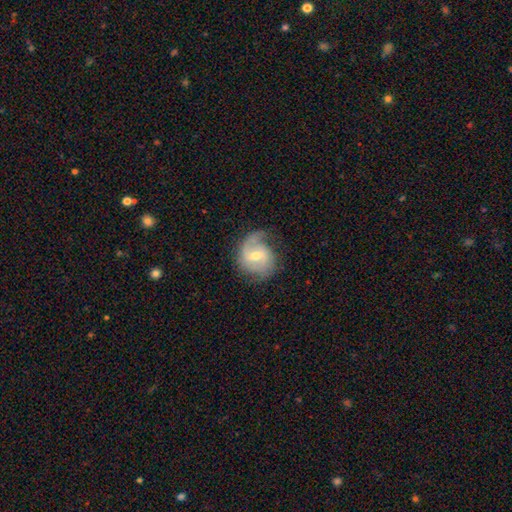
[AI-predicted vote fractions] Smooth or featured? Predicted: featured or disk (p=0.73). Edge-on disk? Predicted: no (p=0.97). Bar? Predicted: weak (p=0.51). Spiral arms? Predicted: yes (p=0.90). Spiral winding? Predicted: medium (p=0.42). Spiral arm count? Predicted: 2 (p=0.51). Bulge size? Predicted: moderate (p=0.59). Merging? Predicted: none (p=0.58).